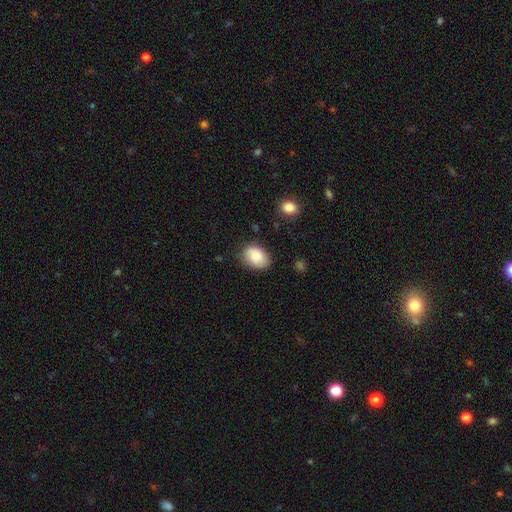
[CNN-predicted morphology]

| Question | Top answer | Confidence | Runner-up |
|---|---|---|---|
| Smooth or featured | smooth | 81% | featured or disk (11%) |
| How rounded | in between | 76% | round (23%) |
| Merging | none | 78% | minor disturbance (17%) |